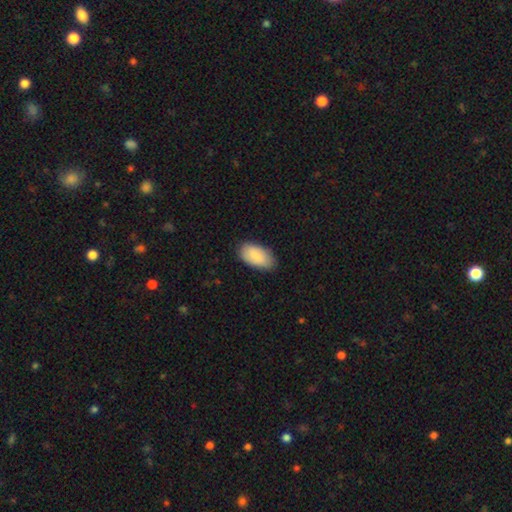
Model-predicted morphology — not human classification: smooth_or_featured: smooth (p=0.88) [alt: featured or disk p=0.06]
how_rounded: in between (p=0.95) [alt: cigar-shaped p=0.02]
merging: none (p=0.82) [alt: minor disturbance p=0.14]